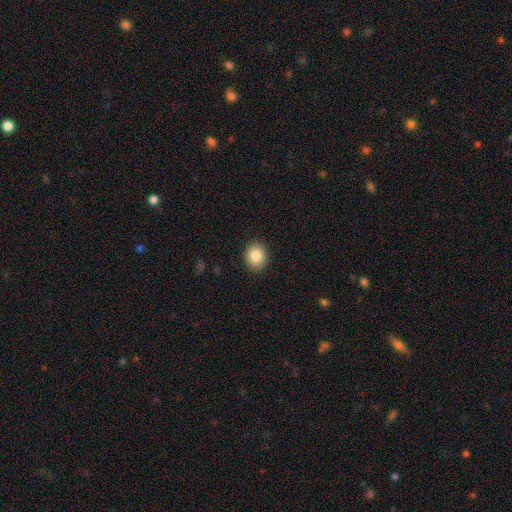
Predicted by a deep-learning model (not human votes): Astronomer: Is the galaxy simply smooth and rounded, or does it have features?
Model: smooth — 85%.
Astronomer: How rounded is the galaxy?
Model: round — 67%.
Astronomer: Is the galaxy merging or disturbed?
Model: none — 91%.